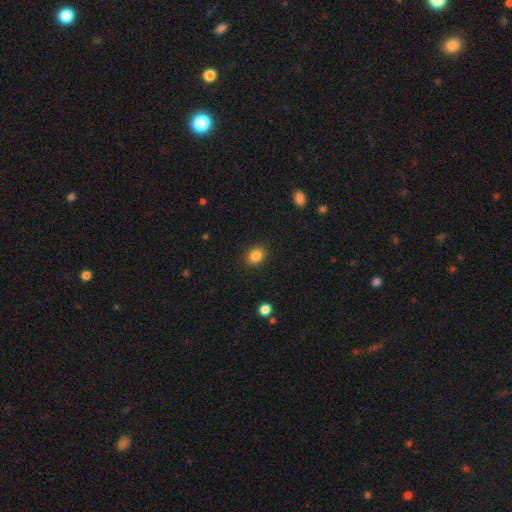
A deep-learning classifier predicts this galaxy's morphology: The model was most divided on "how rounded": round: 55%, in between: 44%, cigar-shaped: 1%. More confident: merging — none (89%); smooth or featured — smooth (85%).